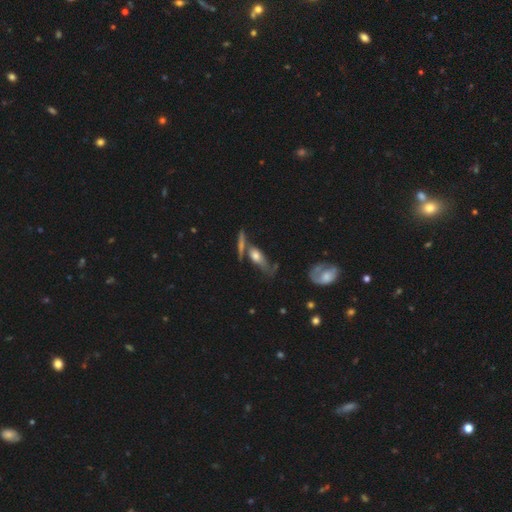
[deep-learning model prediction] smooth-or-featured: featured or disk: 49% | smooth: 42% | star or artifact: 10%
  merging: none: 49% | merger: 23% | minor disturbance: 18% | major disturbance: 10%